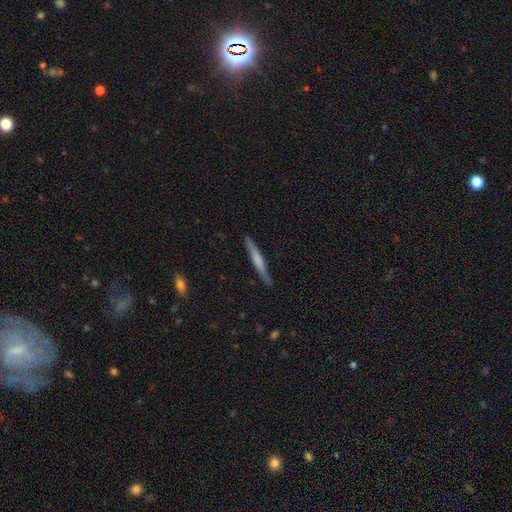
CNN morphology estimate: The model was most divided on "edge-on bulge": rounded: 41%, none: 38%, boxy: 21%. More confident: edge-on disk — yes (97%); merging — none (89%); smooth or featured — featured or disk (55%).